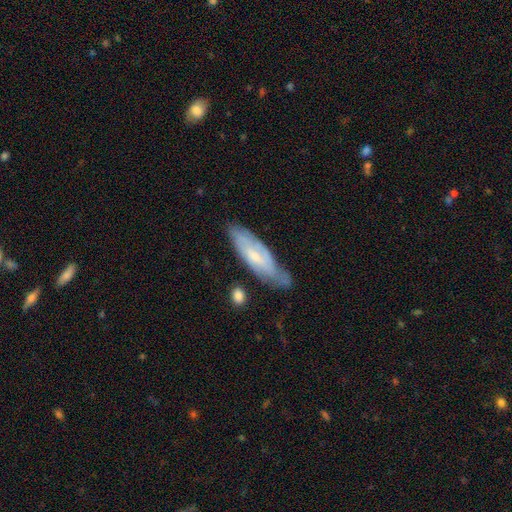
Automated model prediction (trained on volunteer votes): Q: Smooth or featured?
A: featured or disk (57%); runner-up: smooth (37%)
Q: Edge-on disk?
A: no (70%); runner-up: yes (30%)
Q: Merging?
A: none (59%); runner-up: minor disturbance (29%)